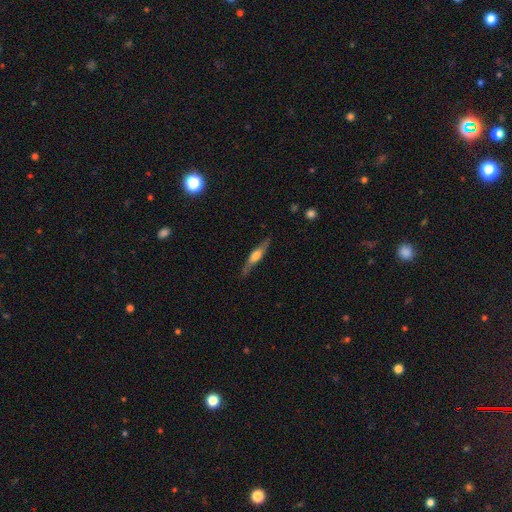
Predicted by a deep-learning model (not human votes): Smooth or featured? featured or disk (60%)
Edge-on disk? yes (91%)
Edge-on bulge? rounded (79%)
Merging? none (82%)